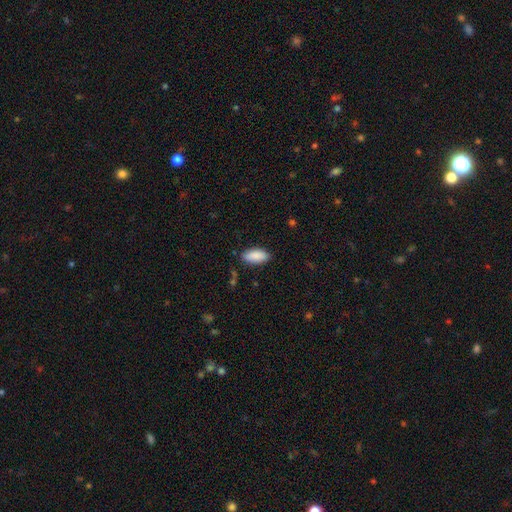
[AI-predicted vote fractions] This is clearly a smooth galaxy (90%). How rounded: clearly in between (89%). Merging: clearly none (85%).